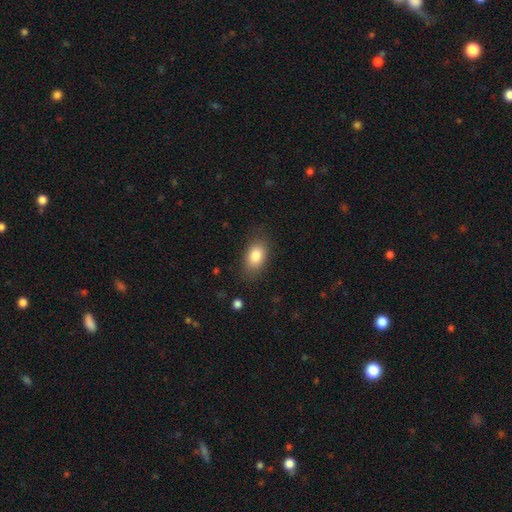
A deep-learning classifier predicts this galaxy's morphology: Smooth or featured? smooth (83%)
How rounded? in between (86%)
Merging? none (81%)